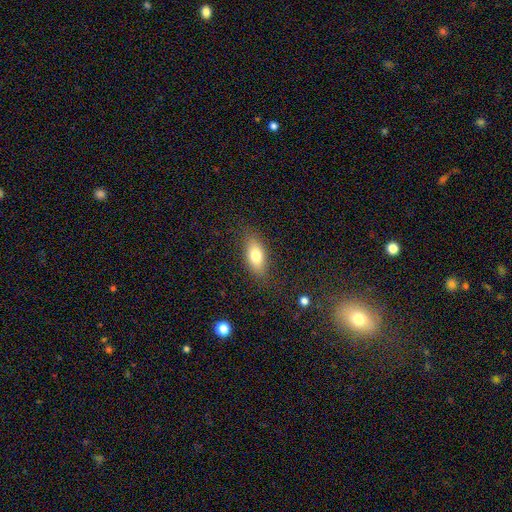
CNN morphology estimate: Q: Smooth or featured?
A: smooth (76%); runner-up: featured or disk (16%)
Q: How rounded?
A: in between (84%); runner-up: cigar-shaped (12%)
Q: Merging?
A: none (82%); runner-up: minor disturbance (13%)